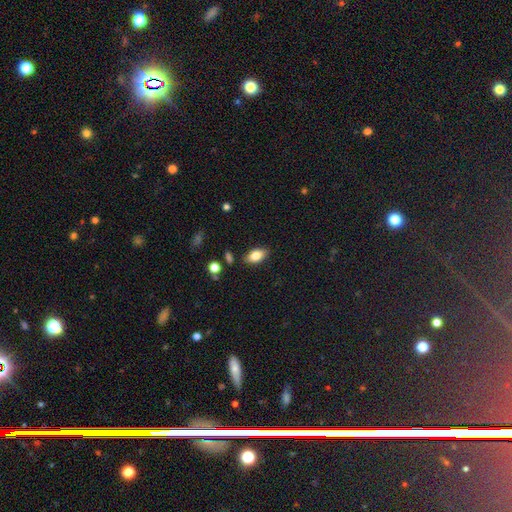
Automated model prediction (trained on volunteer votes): This appears to be a smooth galaxy with no disk features (77%) that is in between round and cigar-shaped (89%). Merging: none (84%).